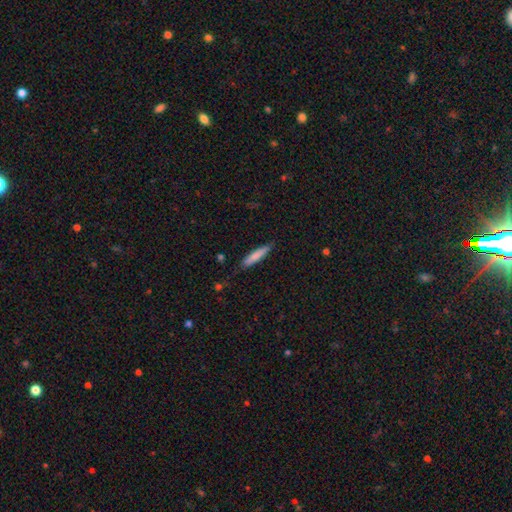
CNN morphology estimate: Overall: smooth (78%). How rounded: cigar-shaped (88%). Merging: none (83%).